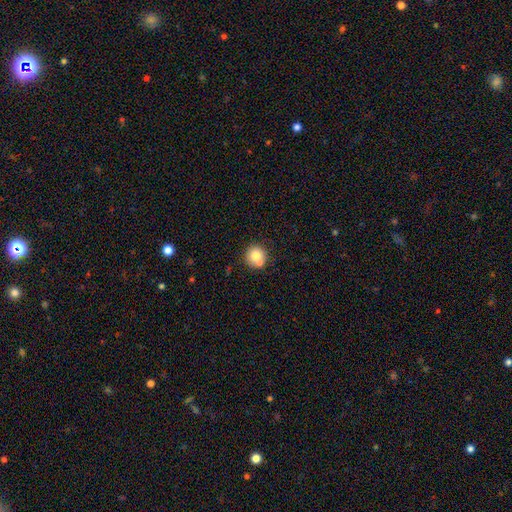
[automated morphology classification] Overall: smooth (77%). How rounded: round (92%). Merging: none (63%; merger 24%).